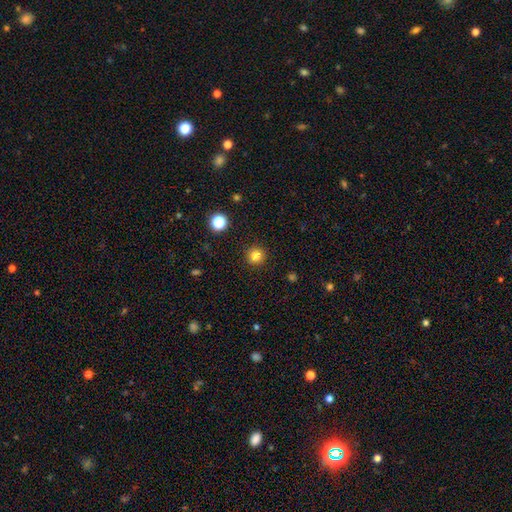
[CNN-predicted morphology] This appears to be a smooth galaxy with no disk features (82%) that is round (95%). Merging: none (92%).